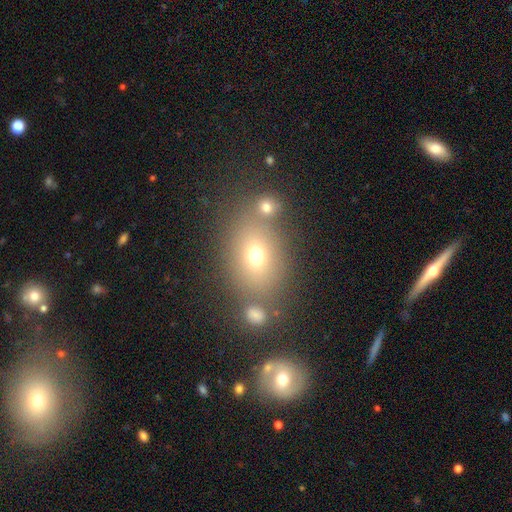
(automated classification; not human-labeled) This appears to be a smooth galaxy with no disk features (66%) that is in between round and cigar-shaped (59%). Merging: none (66%).